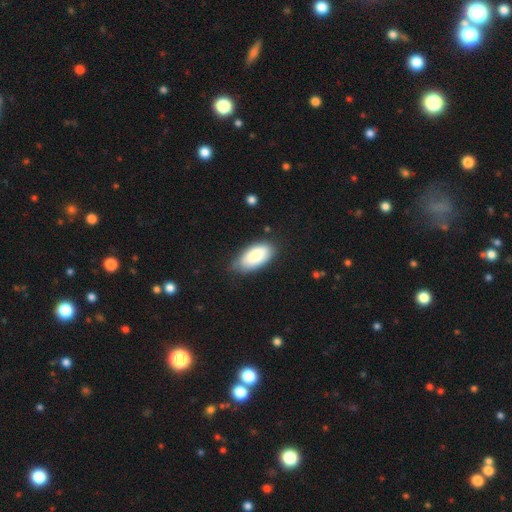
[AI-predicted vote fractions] Q: Smooth or featured?
A: smooth (83%); runner-up: featured or disk (11%)
Q: How rounded?
A: in between (94%); runner-up: cigar-shaped (4%)
Q: Merging?
A: none (73%); runner-up: minor disturbance (21%)